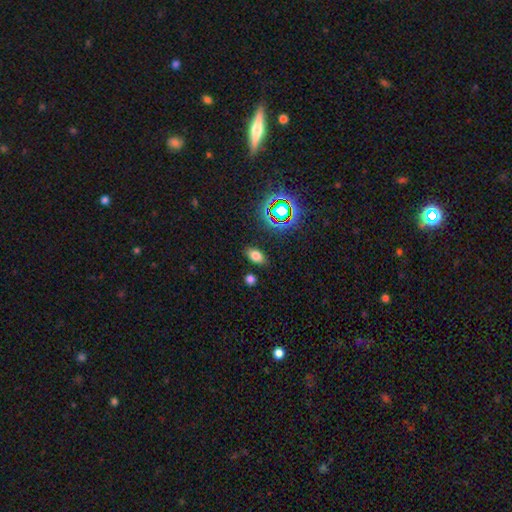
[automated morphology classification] This appears to be a smooth galaxy with no disk features (73%) that is in between round and cigar-shaped (87%). Merging: none (85%).